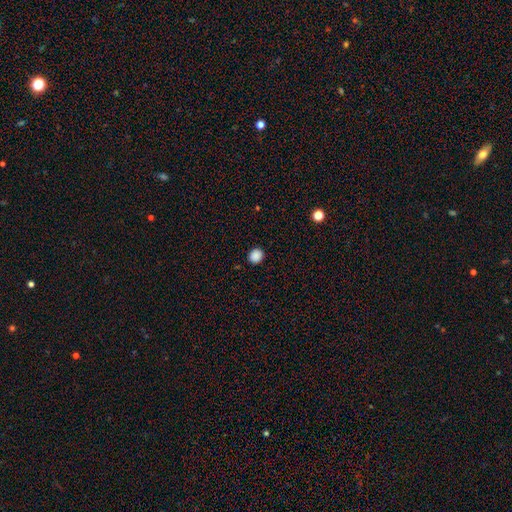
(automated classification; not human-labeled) Overall: smooth (88%). How rounded: round (81%). Merging: none (92%).